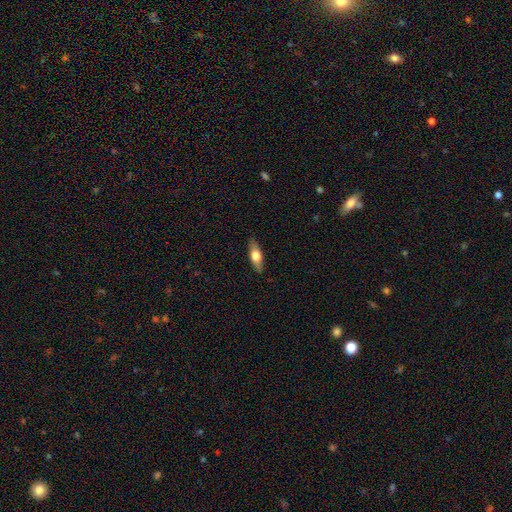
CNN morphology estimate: smooth_or_featured: smooth (p=0.55) [alt: featured or disk p=0.39]
how_rounded: in between (p=0.56) [alt: cigar-shaped p=0.41]
merging: none (p=0.87) [alt: minor disturbance p=0.10]